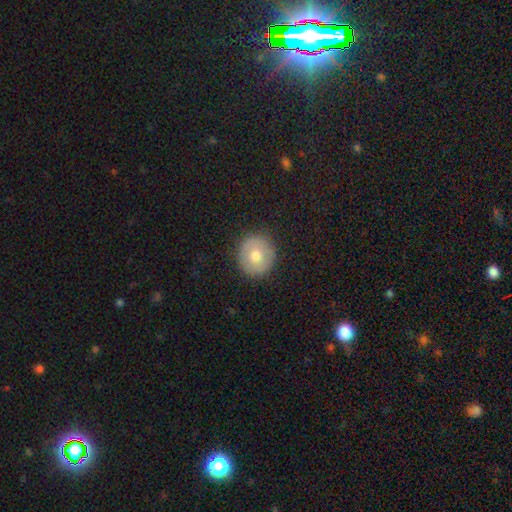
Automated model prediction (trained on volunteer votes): smooth 63%, featured or disk 29%, star or artifact 8%. Down the decision tree: how rounded — round (92%); merging — none (90%).